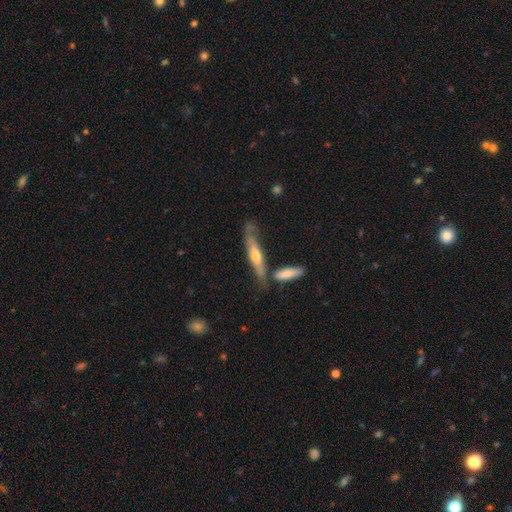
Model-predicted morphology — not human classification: Smooth or featured?
  - featured or disk: 57% *
  - smooth: 37%
  - star or artifact: 6%
Edge-on disk?
  - yes: 85% *
  - no: 15%
Merging?
  - none: 61% *
  - minor disturbance: 19%
  - merger: 13%
  - major disturbance: 6%